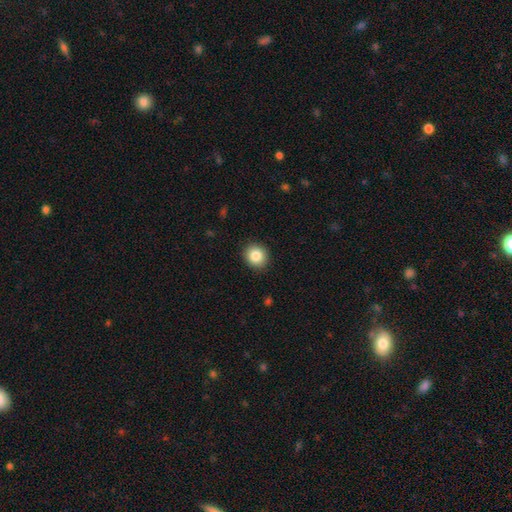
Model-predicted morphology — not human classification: Smooth or featured: smooth — 85% (star or artifact — 9%)
How rounded: round — 82% (in between — 17%)
Merging: none — 91% (minor disturbance — 7%)